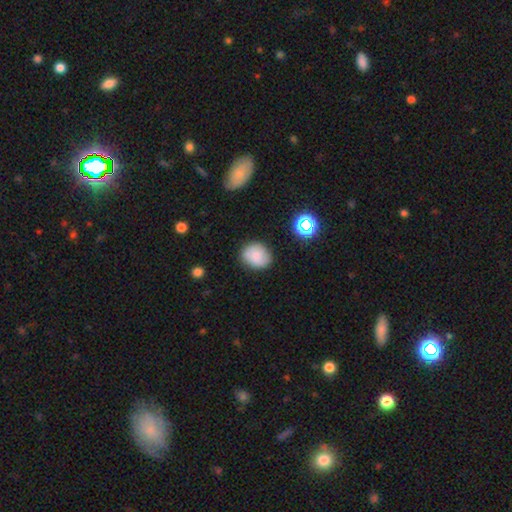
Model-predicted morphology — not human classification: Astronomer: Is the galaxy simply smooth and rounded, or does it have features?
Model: smooth — 78%.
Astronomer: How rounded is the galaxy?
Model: round — 65%.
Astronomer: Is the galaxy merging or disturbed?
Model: none — 80%.